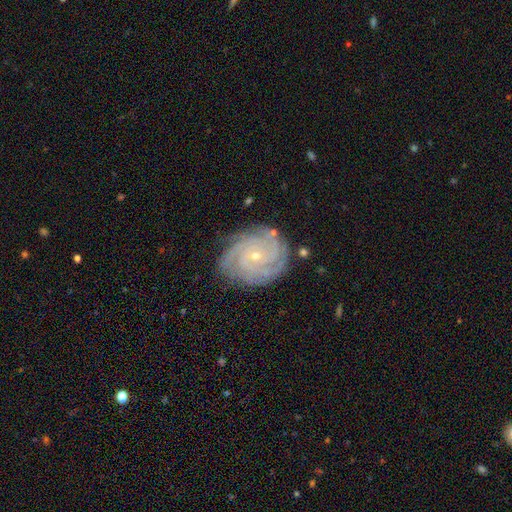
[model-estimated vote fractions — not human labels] A featured or disk galaxy (87%) with no bar (76%), 4 (34%) tight (80%) spiral arms (98%) and a small central bulge (79%).

Vote fractions:
- Smooth or featured? featured or disk: 87% / smooth: 6% / star or artifact: 6%
- Edge-on disk? no: 97% / yes: 3%
- Bar? no: 76% / weak: 19% / strong: 5%
- Spiral arms? yes: 98% / no: 2%
- Spiral winding? tight: 80% / medium: 18% / loose: 3%
- Spiral arm count? 4: 34% / 3: 19% / can't tell: 18% / more than 4: 15% / 2: 9% / 1: 6%
- Bulge size? small: 79% / moderate: 18% / none: 1% / large: 1% / dominant: 1%
- Merging? none: 80% / minor disturbance: 15% / major disturbance: 4% / merger: 2%